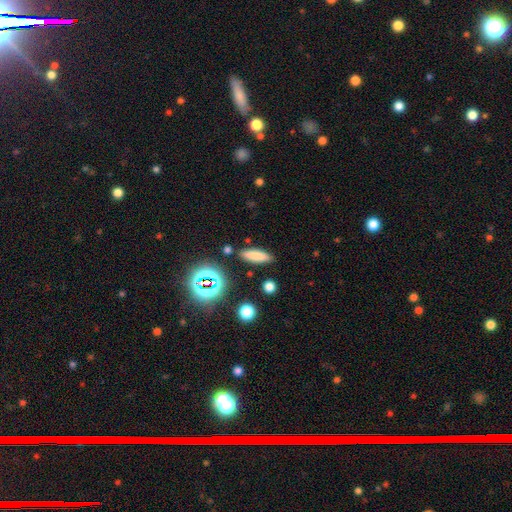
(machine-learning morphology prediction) smooth 76%, star or artifact 14%, featured or disk 11%. Down the decision tree: how rounded — cigar-shaped (62%); merging — none (85%).